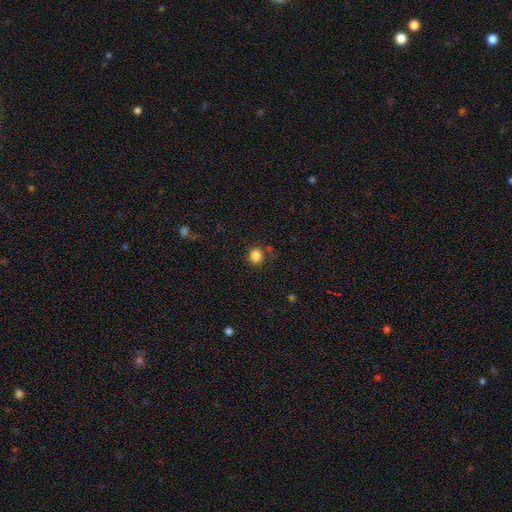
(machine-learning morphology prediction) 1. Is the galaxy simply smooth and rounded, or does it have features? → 84% smooth, 12% star or artifact, 4% featured or disk.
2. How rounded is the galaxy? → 76% round, 23% in between, 1% cigar-shaped.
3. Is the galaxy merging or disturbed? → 81% none, 11% minor disturbance, 4% merger, 4% major disturbance.